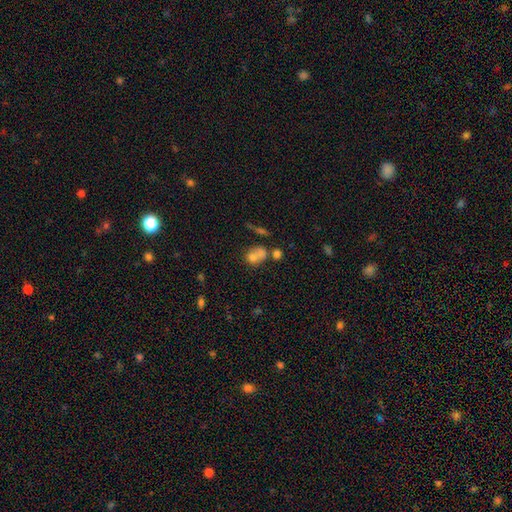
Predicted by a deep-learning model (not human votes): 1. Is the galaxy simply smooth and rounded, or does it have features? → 72% smooth, 17% featured or disk, 12% star or artifact.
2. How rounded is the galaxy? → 54% round, 45% in between, 2% cigar-shaped.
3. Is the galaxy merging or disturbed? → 52% merger, 27% none, 11% minor disturbance, 9% major disturbance.